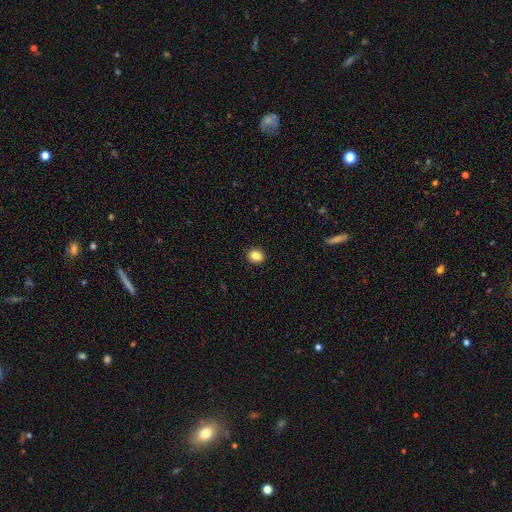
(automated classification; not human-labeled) Smooth or featured? smooth (86%)
How rounded? round (61%)
Merging? none (92%)